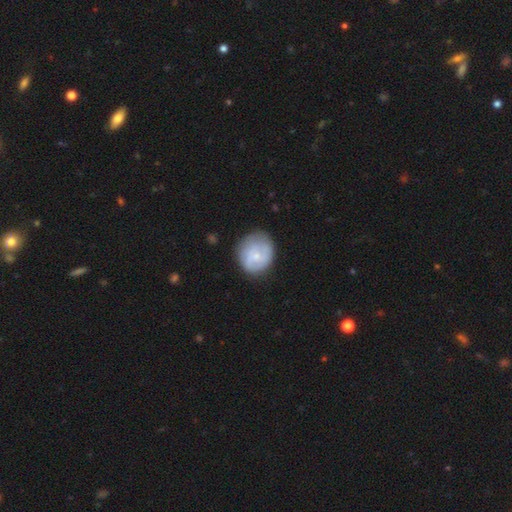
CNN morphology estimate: smooth_or_featured: smooth (p=0.56) [alt: featured or disk p=0.38]
how_rounded: round (p=0.79) [alt: in between p=0.20]
merging: none (p=0.64) [alt: minor disturbance p=0.25]